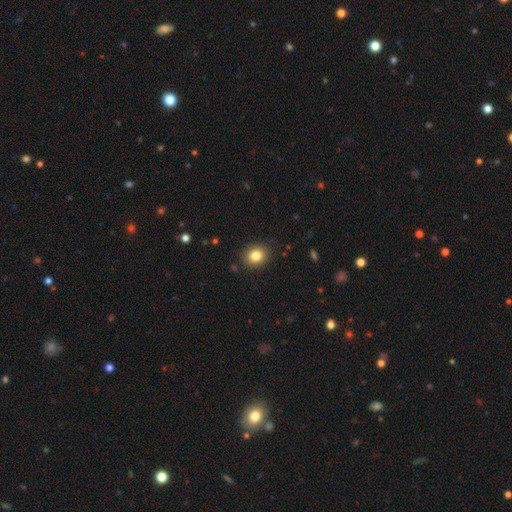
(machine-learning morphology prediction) smooth-or-featured: smooth: 83% | star or artifact: 10% | featured or disk: 7%
  how-rounded: round: 68% | in between: 31% | cigar-shaped: 1%
  merging: none: 89% | minor disturbance: 8% | major disturbance: 2% | merger: 1%